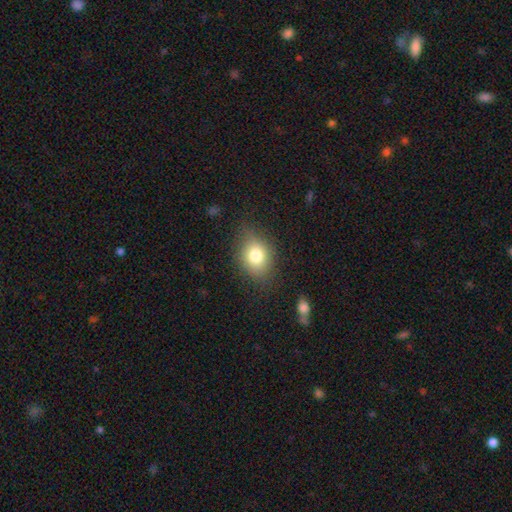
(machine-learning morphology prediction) smooth 77%, featured or disk 12%, star or artifact 10%. Down the decision tree: how rounded — in between (57%); merging — none (73%).